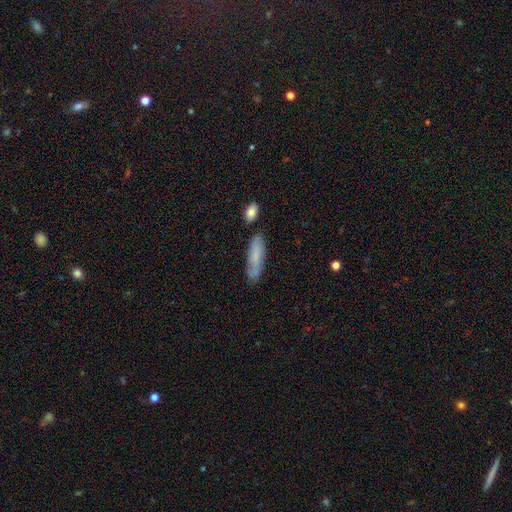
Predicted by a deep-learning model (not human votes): A smooth galaxy with no disk features (65%) that is cigar-shaped (62%). Merging: none (74%).